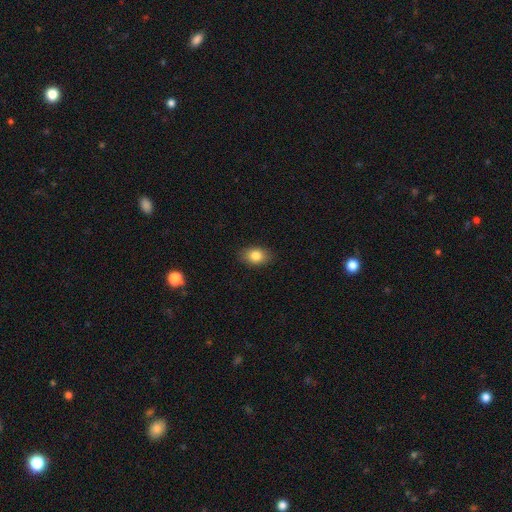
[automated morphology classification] Q: Smooth or featured?
A: smooth (83%); runner-up: star or artifact (9%)
Q: How rounded?
A: in between (79%); runner-up: round (19%)
Q: Merging?
A: none (87%); runner-up: minor disturbance (10%)